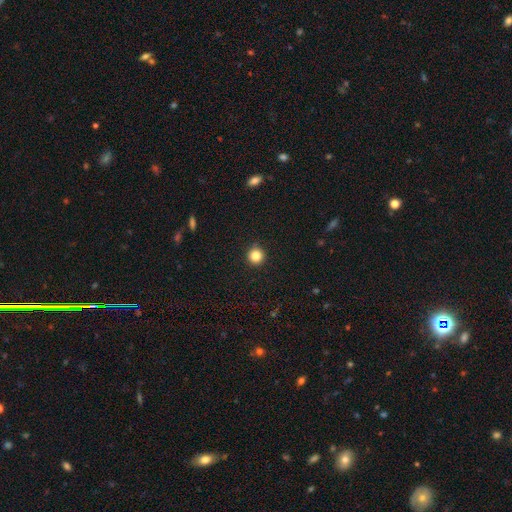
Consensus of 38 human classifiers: Volunteers were most divided on "smooth or featured": smooth: 87%, star or artifact: 11%, featured or disk: 3%. More confident: how rounded — round (100%); merging — none (97%).